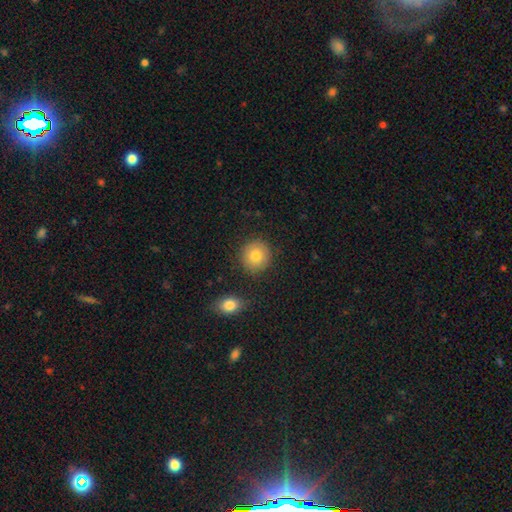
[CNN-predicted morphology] This appears to be a smooth galaxy with no disk features (81%) that is round (91%). Merging: none (86%).